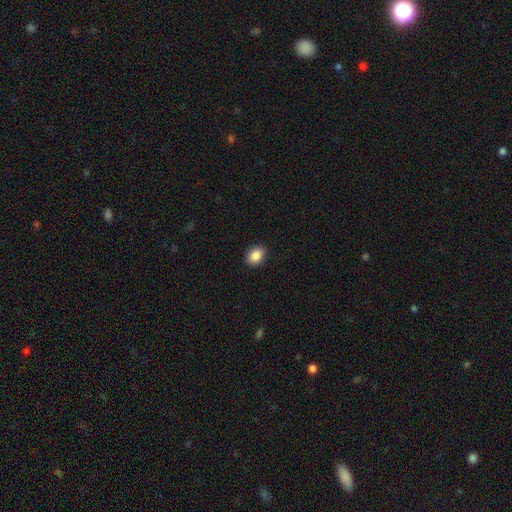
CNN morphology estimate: smooth-or-featured: smooth: 87% | star or artifact: 8% | featured or disk: 4%
  how-rounded: in between: 61% | round: 38% | cigar-shaped: 1%
  merging: none: 90% | minor disturbance: 7% | major disturbance: 2% | merger: 1%